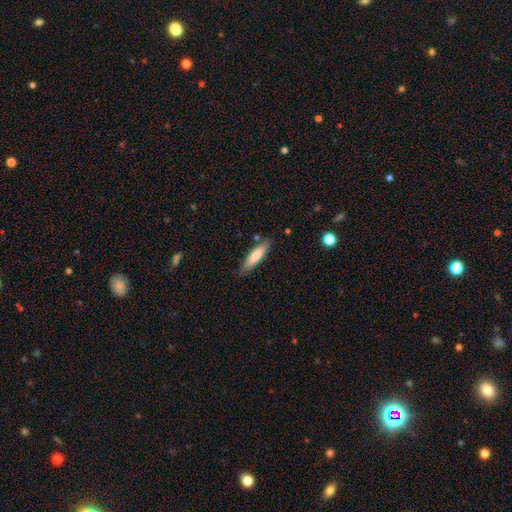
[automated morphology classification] This is likely a smooth galaxy (78%). How rounded: likely cigar-shaped (69%). Merging: clearly none (82%).